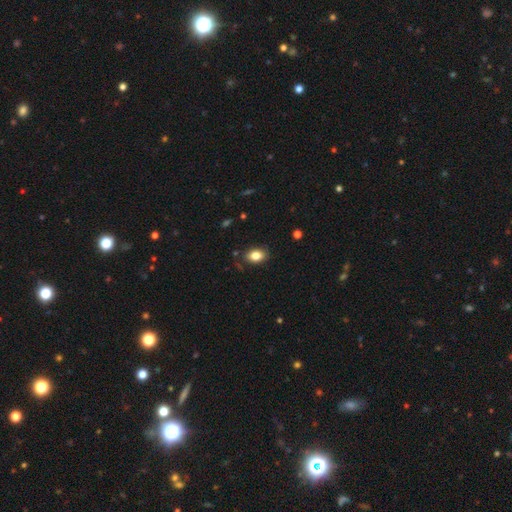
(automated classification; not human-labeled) Overall: smooth (83%). How rounded: in between (85%). Merging: none (83%).